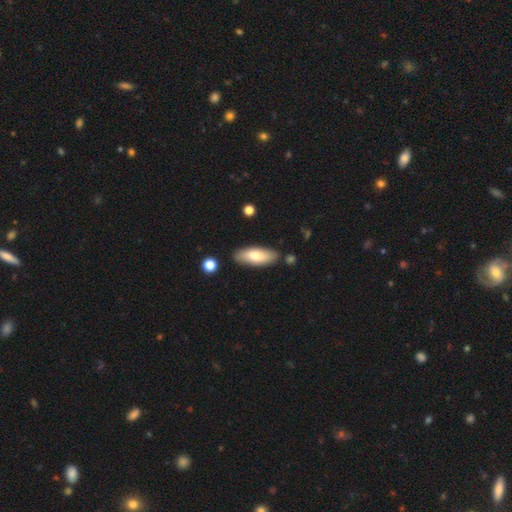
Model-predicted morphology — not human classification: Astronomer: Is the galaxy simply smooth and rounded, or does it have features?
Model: smooth — 74%.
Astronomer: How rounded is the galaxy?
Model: in between — 70%.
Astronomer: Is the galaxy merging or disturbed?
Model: none — 84%.